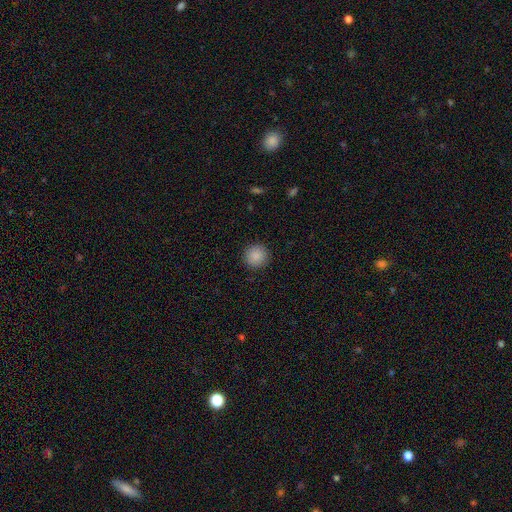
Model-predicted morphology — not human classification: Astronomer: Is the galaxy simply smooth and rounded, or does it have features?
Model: smooth — 88%.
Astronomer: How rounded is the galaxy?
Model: round — 94%.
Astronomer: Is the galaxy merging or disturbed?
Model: none — 92%.